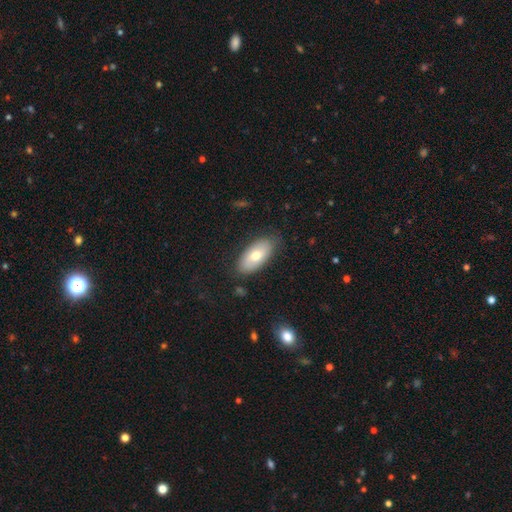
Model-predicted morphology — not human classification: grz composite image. It shows a smooth galaxy with no disk features (68%) that is in between round and cigar-shaped (92%). Merging: none (82%).